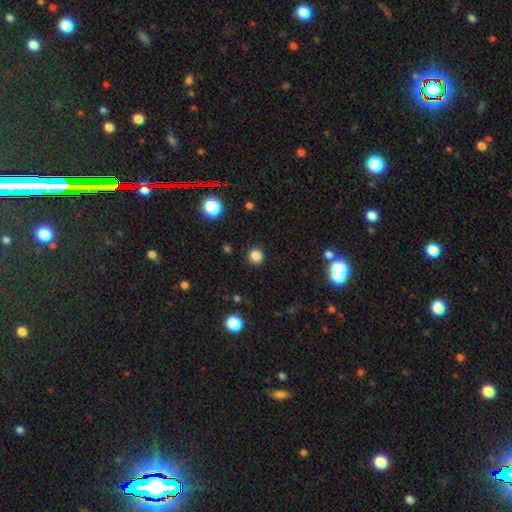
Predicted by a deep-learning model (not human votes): smooth 83%, star or artifact 14%, featured or disk 4%. Down the decision tree: how rounded — round (94%); merging — none (91%).